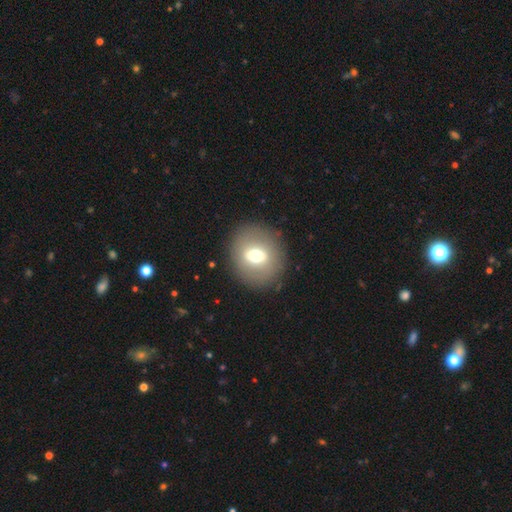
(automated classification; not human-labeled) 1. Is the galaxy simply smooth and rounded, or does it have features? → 56% smooth, 35% featured or disk, 10% star or artifact.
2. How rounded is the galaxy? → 70% round, 29% in between, 1% cigar-shaped.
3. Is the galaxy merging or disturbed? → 86% none, 8% minor disturbance, 4% major disturbance, 1% merger.